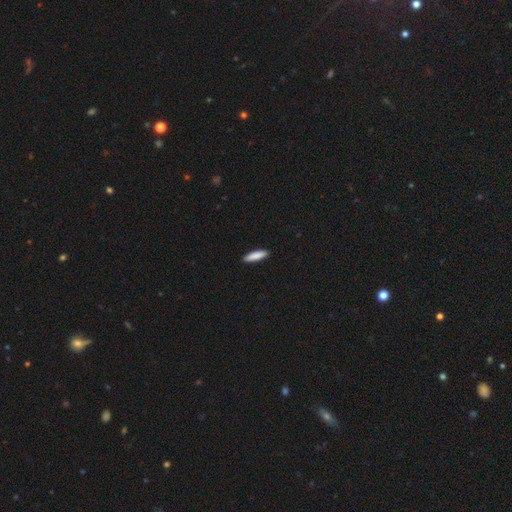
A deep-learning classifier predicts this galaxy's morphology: This appears to be a smooth galaxy with no disk features (87%) that is cigar-shaped (73%). Merging: none (91%).